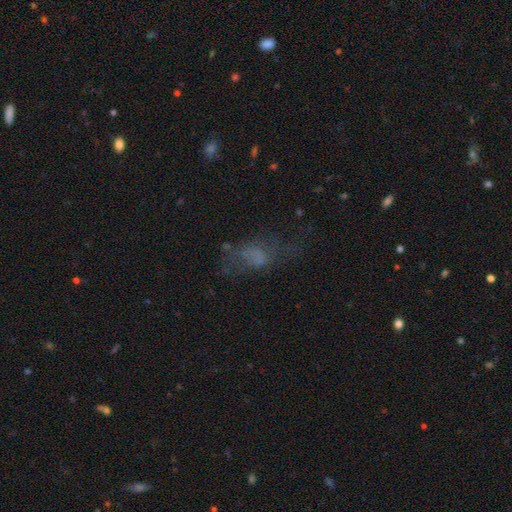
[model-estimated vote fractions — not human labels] A smooth galaxy with no disk features (44%). Merging: none (38%).